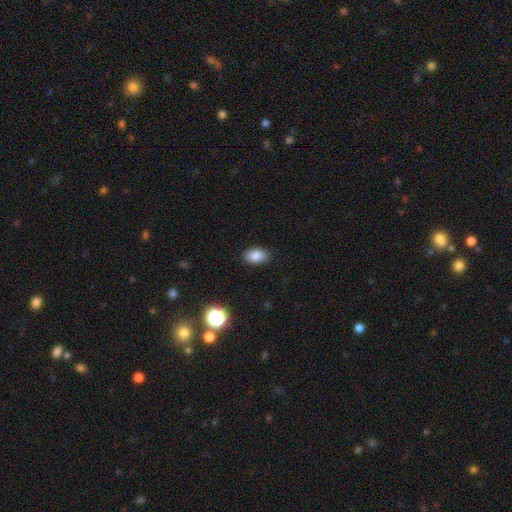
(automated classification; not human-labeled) Smooth or featured: smooth — 85% (star or artifact — 10%)
How rounded: in between — 89% (round — 9%)
Merging: none — 87% (minor disturbance — 9%)